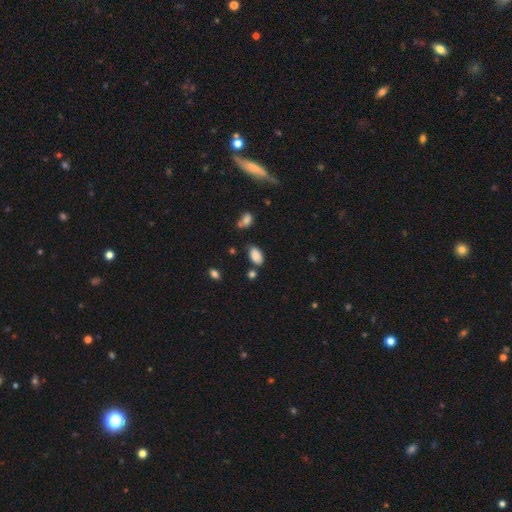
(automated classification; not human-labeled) Overall: smooth (85%). How rounded: in between (93%). Merging: none (69%).